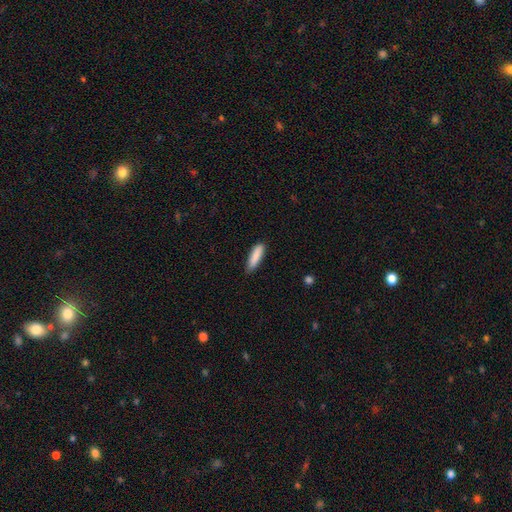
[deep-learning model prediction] smooth_or_featured: smooth (p=0.87) [alt: featured or disk p=0.07]
how_rounded: cigar-shaped (p=0.70) [alt: in between p=0.29]
merging: none (p=0.81) [alt: minor disturbance p=0.15]